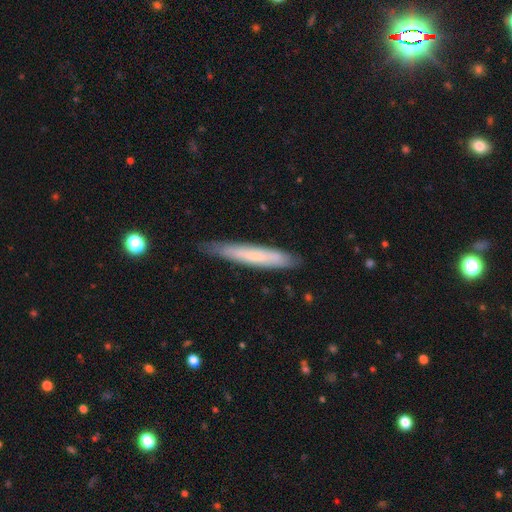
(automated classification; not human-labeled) Morphology: type=smooth (61%); roundness=cigar-shaped (93%); merging=none (81%).